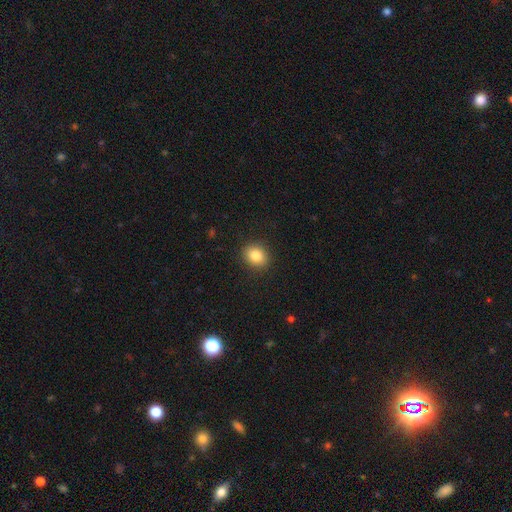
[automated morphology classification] Overall: smooth (84%). How rounded: round (59%; in between 40%). Merging: none (90%).